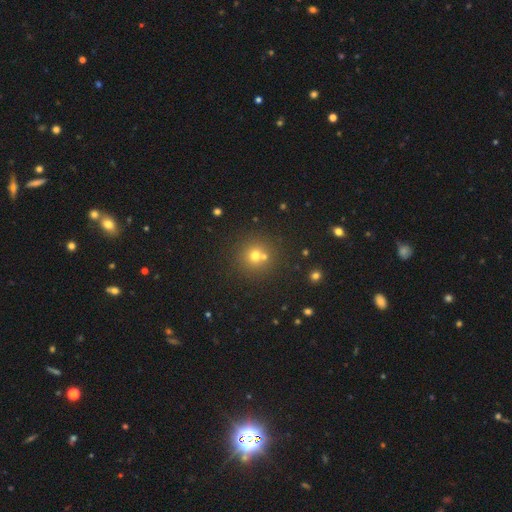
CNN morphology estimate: Smooth or featured: smooth — 66% (star or artifact — 21%)
How rounded: round — 92% (in between — 7%)
Merging: none — 65% (merger — 25%)